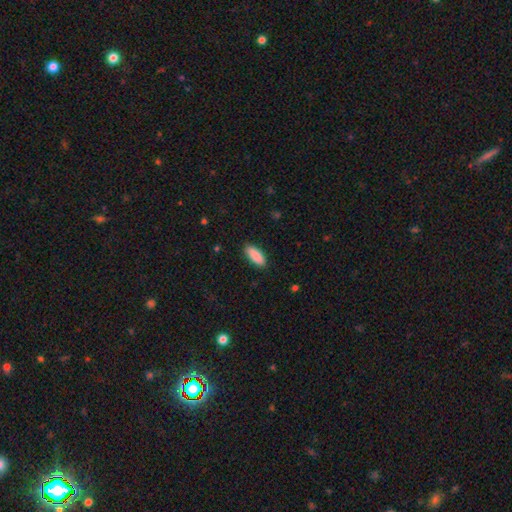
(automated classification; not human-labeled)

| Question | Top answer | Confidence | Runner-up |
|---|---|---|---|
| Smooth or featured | smooth | 90% | star or artifact (6%) |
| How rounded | in between | 79% | cigar-shaped (19%) |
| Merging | none | 89% | minor disturbance (8%) |